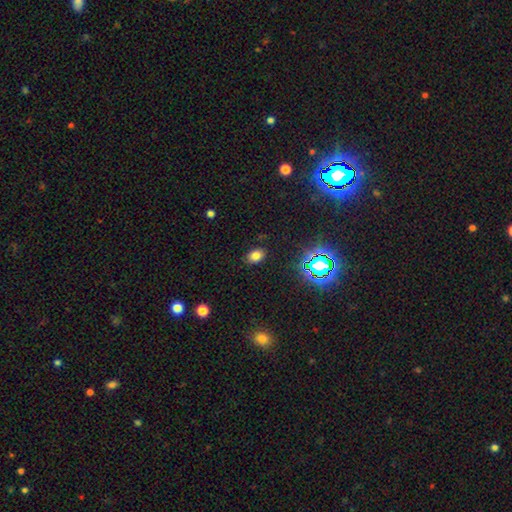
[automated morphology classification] The model was most divided on "smooth or featured": smooth: 75%, star or artifact: 18%, featured or disk: 7%. More confident: merging — none (86%); how rounded — in between (79%).